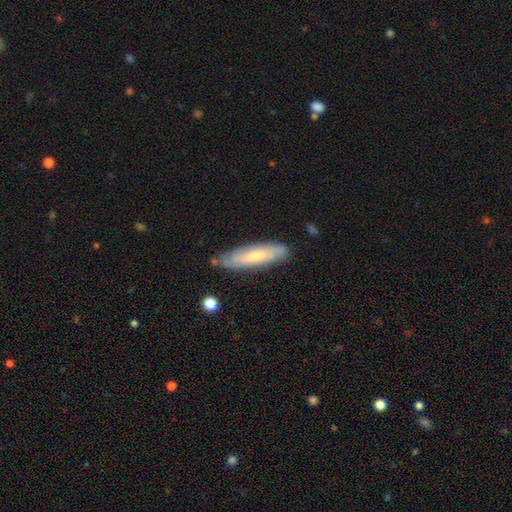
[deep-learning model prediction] smooth_or_featured: smooth (p=0.53) [alt: featured or disk p=0.41]
how_rounded: cigar-shaped (p=0.72) [alt: in between p=0.27]
merging: none (p=0.77) [alt: minor disturbance p=0.18]